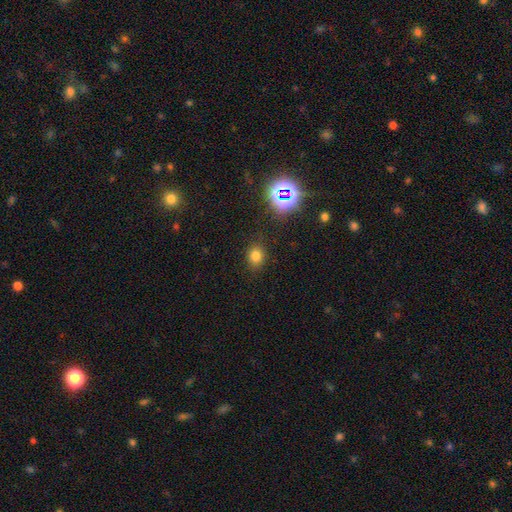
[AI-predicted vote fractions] Morphology: type=smooth (74%); roundness=round (58%); merging=none (84%).